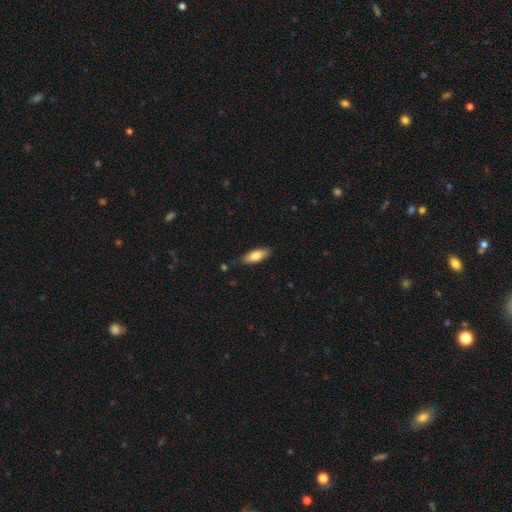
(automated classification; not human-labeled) Smooth or featured?
  - smooth: 77% *
  - featured or disk: 17%
  - star or artifact: 6%
How rounded?
  - in between: 69% *
  - cigar-shaped: 29%
  - round: 2%
Merging?
  - none: 75% *
  - minor disturbance: 19%
  - major disturbance: 3%
  - merger: 3%